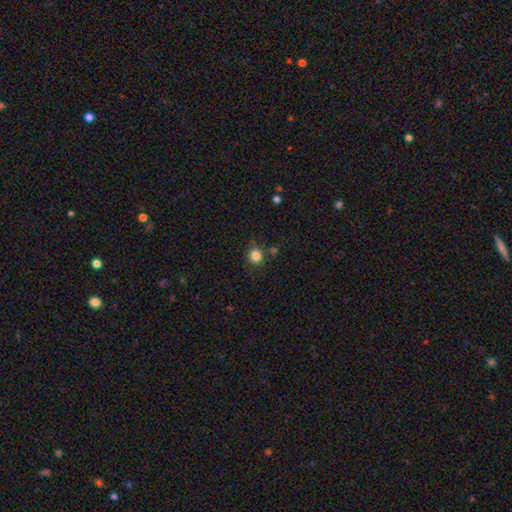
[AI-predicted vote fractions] Smooth or featured? smooth (84%)
How rounded? round (88%)
Merging? none (80%)